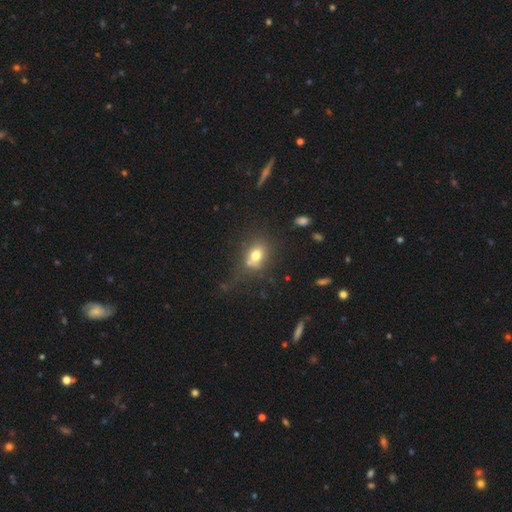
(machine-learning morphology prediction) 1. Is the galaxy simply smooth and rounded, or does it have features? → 73% smooth, 14% featured or disk, 13% star or artifact.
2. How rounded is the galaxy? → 53% in between, 45% round, 2% cigar-shaped.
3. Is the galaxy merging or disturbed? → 57% none, 19% minor disturbance, 12% merger, 12% major disturbance.